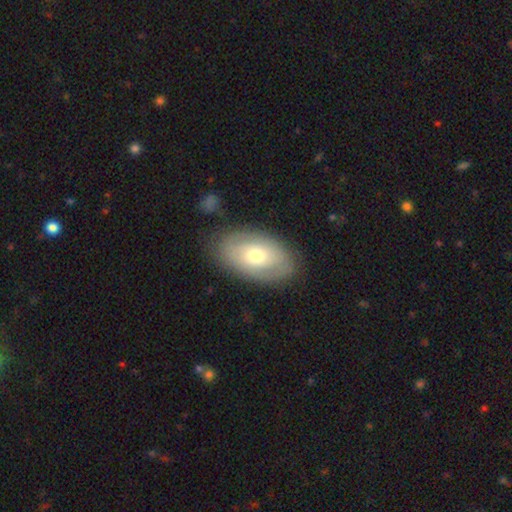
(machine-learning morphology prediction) smooth 50%, featured or disk 43%, star or artifact 6%. Down the decision tree: how rounded — in between (92%); merging — none (80%).